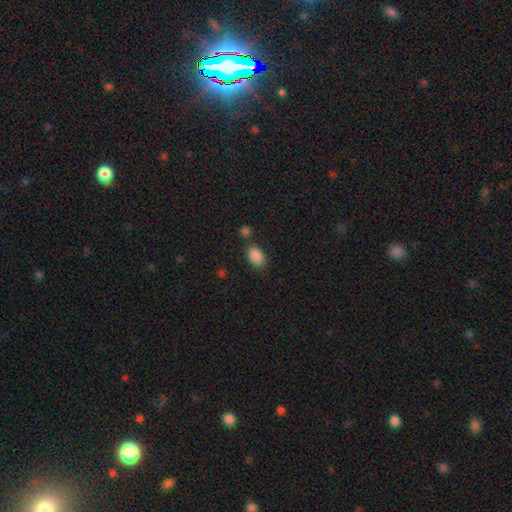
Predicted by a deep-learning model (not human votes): smooth 88%, star or artifact 8%, featured or disk 4%. Down the decision tree: how rounded — in between (88%); merging — none (73%).